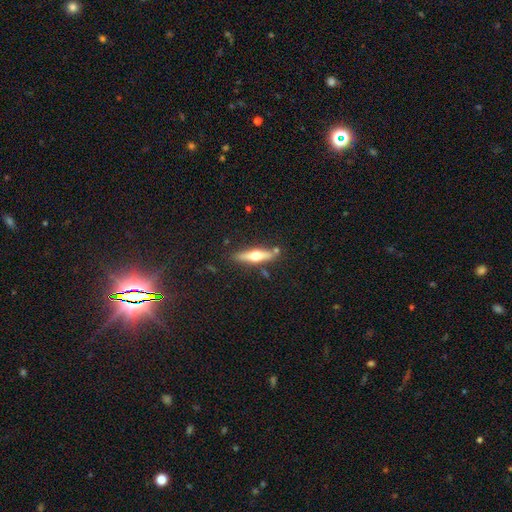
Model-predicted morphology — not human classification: smooth_or_featured: featured or disk (p=0.58) [alt: smooth p=0.36]
disk_edge_on: yes (p=0.93) [alt: no p=0.07]
edge_on_bulge: rounded (p=0.95) [alt: boxy p=0.03]
merging: none (p=0.82) [alt: minor disturbance p=0.11]